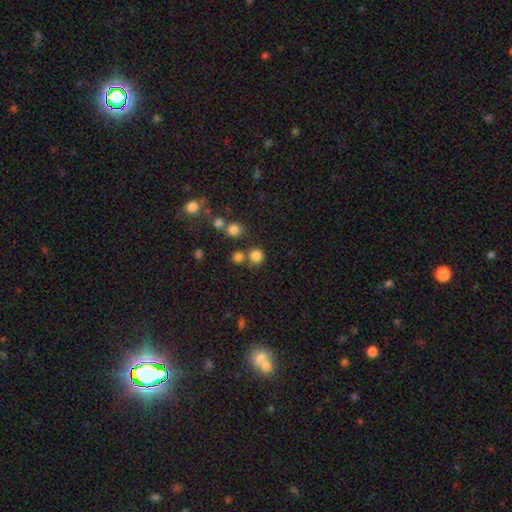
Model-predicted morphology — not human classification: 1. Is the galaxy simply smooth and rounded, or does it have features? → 80% smooth, 15% star or artifact, 5% featured or disk.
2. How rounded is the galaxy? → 91% round, 8% in between, 1% cigar-shaped.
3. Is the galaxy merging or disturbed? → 70% none, 18% merger, 8% minor disturbance, 4% major disturbance.